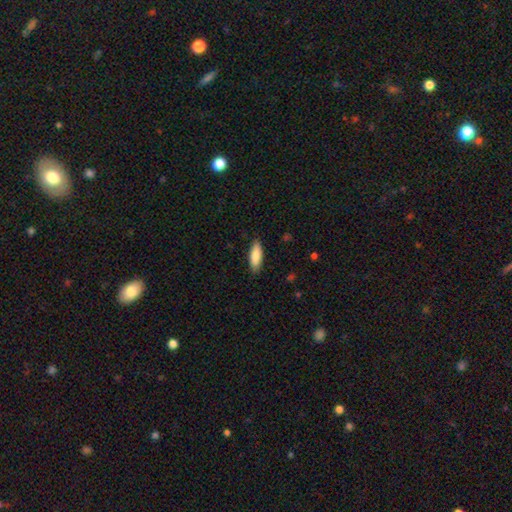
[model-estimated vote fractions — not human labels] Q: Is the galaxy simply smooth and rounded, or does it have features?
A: smooth — 86%.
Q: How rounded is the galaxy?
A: in between — 61%.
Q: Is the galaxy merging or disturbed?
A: none — 87%.